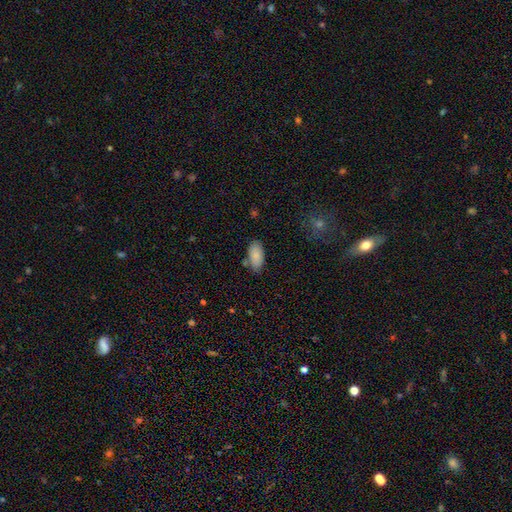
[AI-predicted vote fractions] The model was most divided on "merging": none: 73%, minor disturbance: 17%, merger: 7%, major disturbance: 3%. More confident: how rounded — in between (93%); smooth or featured — smooth (86%).